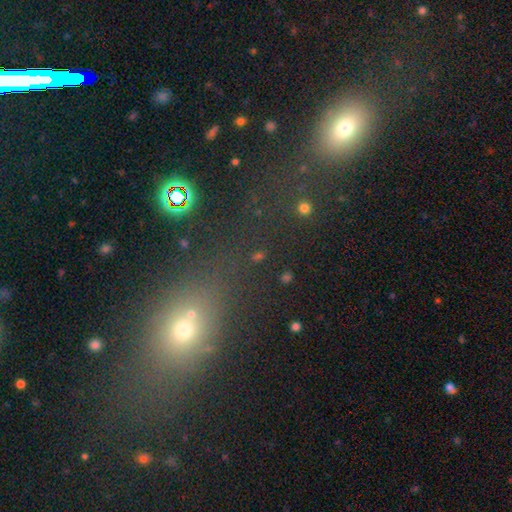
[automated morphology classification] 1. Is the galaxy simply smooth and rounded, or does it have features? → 50% smooth, 37% star or artifact, 13% featured or disk.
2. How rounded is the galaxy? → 54% round, 40% in between, 6% cigar-shaped.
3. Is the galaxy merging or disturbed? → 57% none, 23% merger, 11% minor disturbance, 9% major disturbance.